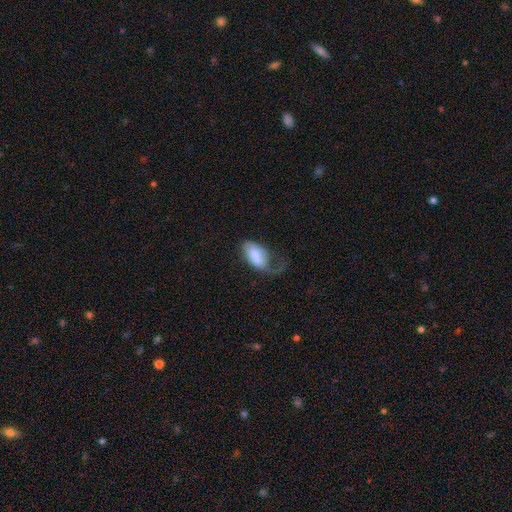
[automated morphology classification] A smooth galaxy with no disk features (71%) that is in between round and cigar-shaped (93%). Merging: major disturbance (59%).